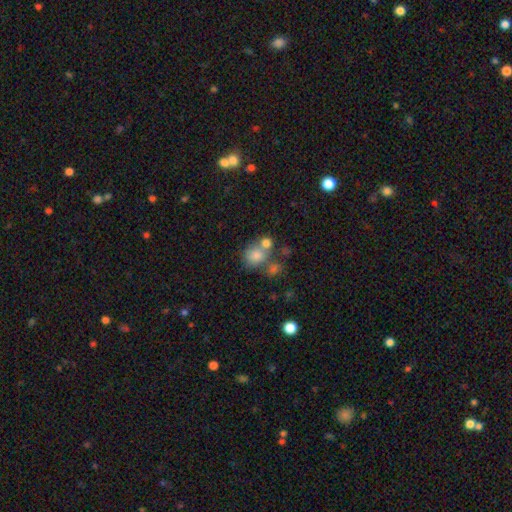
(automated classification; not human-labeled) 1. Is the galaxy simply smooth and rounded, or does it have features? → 76% smooth, 12% star or artifact, 12% featured or disk.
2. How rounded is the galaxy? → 72% round, 27% in between, 1% cigar-shaped.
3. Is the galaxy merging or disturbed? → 43% merger, 41% none, 10% minor disturbance, 5% major disturbance.